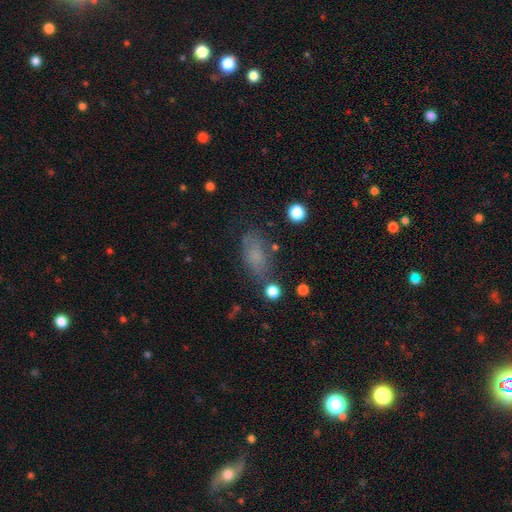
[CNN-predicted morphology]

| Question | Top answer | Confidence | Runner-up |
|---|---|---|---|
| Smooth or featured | smooth | 67% | star or artifact (18%) |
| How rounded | in between | 83% | cigar-shaped (9%) |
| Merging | none | 64% | minor disturbance (21%) |